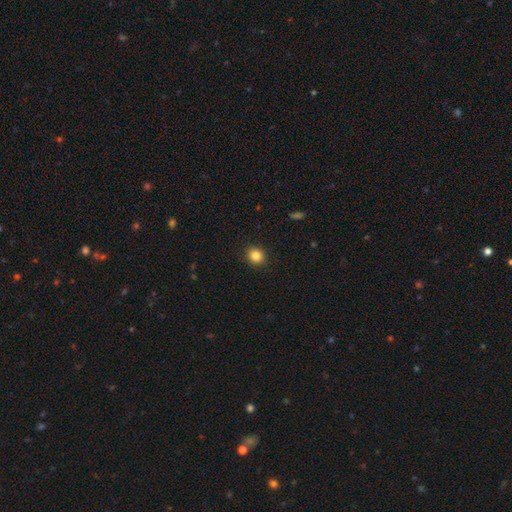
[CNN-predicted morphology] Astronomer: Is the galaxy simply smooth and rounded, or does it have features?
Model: smooth — 85%.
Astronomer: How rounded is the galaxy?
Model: round — 81%.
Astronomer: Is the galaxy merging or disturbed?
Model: none — 92%.